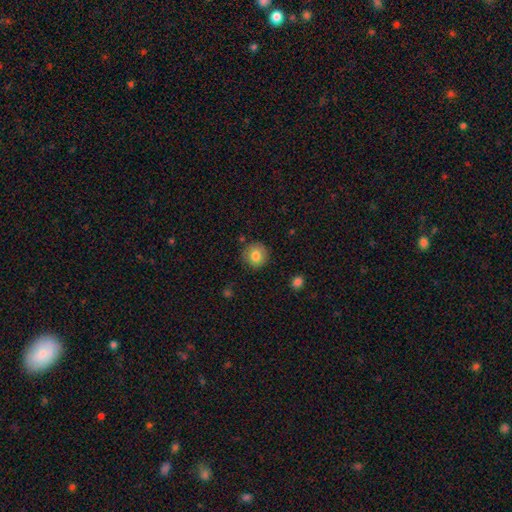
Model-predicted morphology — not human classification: This appears to be a smooth galaxy with no disk features (81%) that is round (93%). Merging: none (88%).